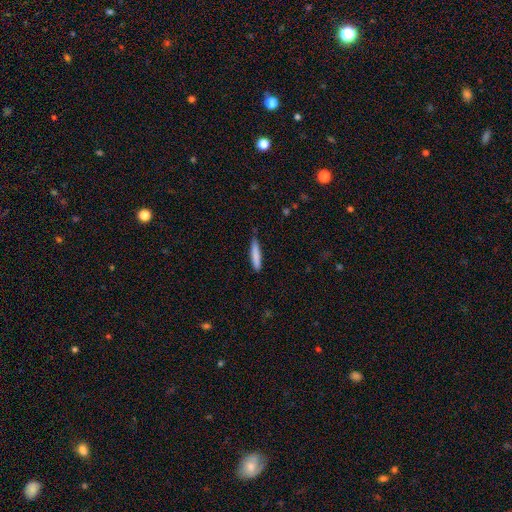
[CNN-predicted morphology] The model was most divided on "merging": none: 77%, minor disturbance: 19%, major disturbance: 3%, merger: 1%. More confident: how rounded — cigar-shaped (90%); smooth or featured — smooth (81%).